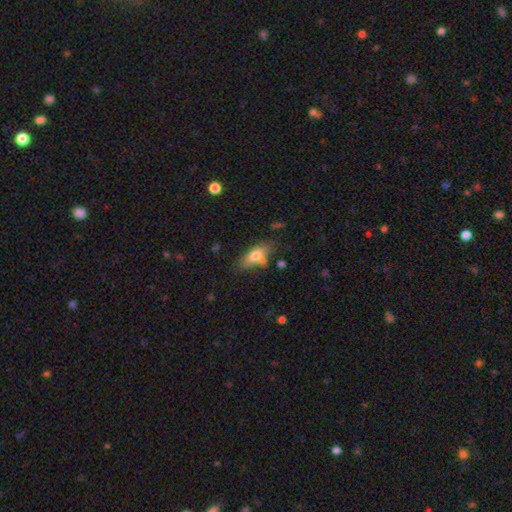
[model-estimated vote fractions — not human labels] Overall: smooth (69%). How rounded: in between (72%). Merging: none (57%; minor disturbance 21%).